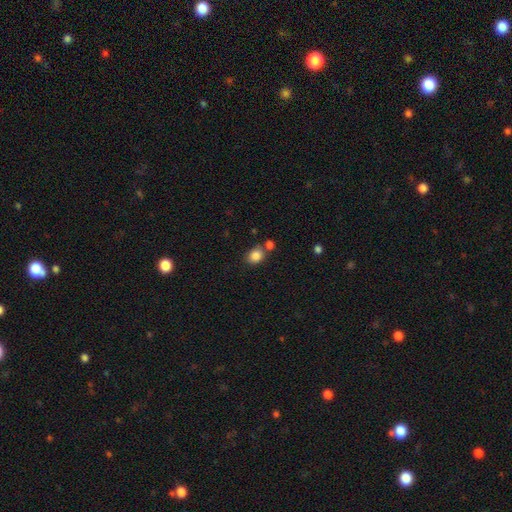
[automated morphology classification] This is clearly a smooth galaxy (84%). How rounded: possibly round (56%). Merging: likely none (65%).